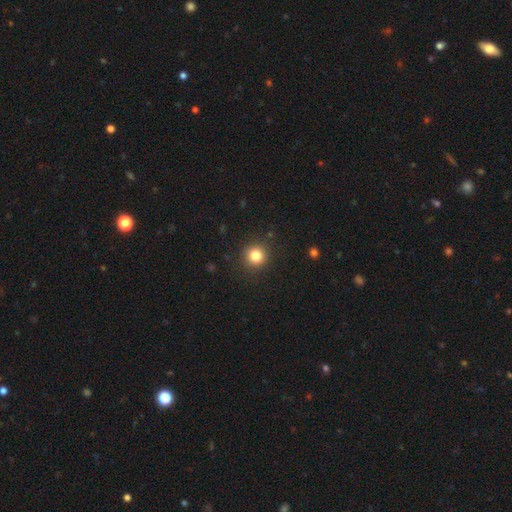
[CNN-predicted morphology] Smooth or featured: smooth — 82% (star or artifact — 12%)
How rounded: round — 93% (in between — 6%)
Merging: none — 90% (minor disturbance — 7%)